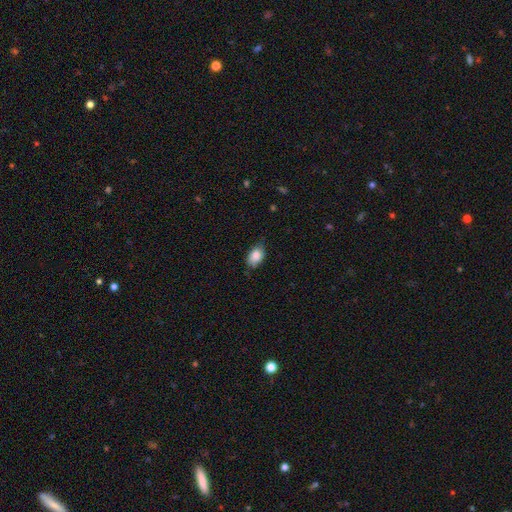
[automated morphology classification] Smooth or featured? smooth (84%)
How rounded? in between (84%)
Merging? none (68%)